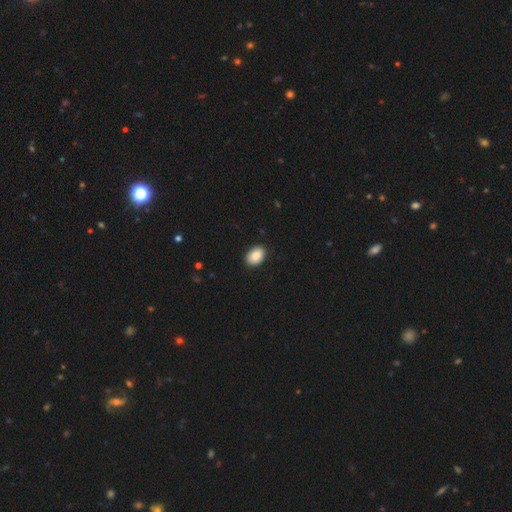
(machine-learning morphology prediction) Smooth or featured? smooth (89%)
How rounded? in between (84%)
Merging? none (90%)